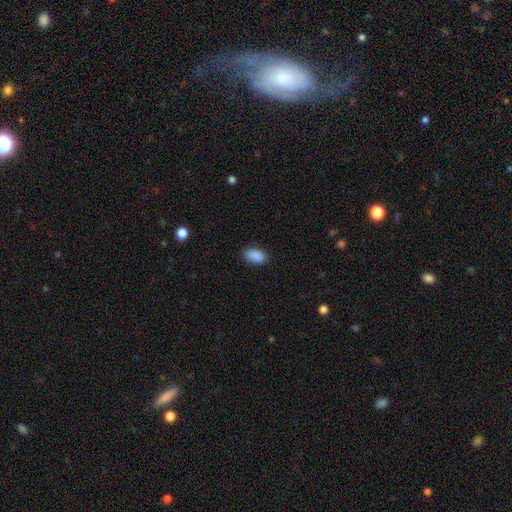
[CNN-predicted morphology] Overall: smooth (89%). How rounded: in between (92%). Merging: none (83%).